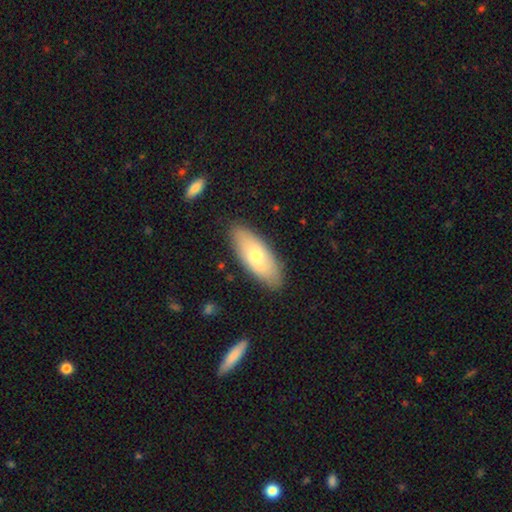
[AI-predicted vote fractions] Smooth or featured: smooth — 63% (featured or disk — 31%)
How rounded: in between — 78% (cigar-shaped — 20%)
Merging: none — 85% (minor disturbance — 11%)